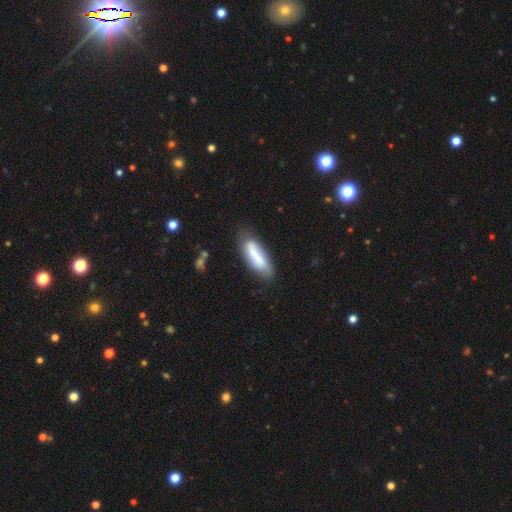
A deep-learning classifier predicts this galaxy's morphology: This appears to be a smooth galaxy with no disk features (61%) that is in between round and cigar-shaped (56%). Merging: none (64%).